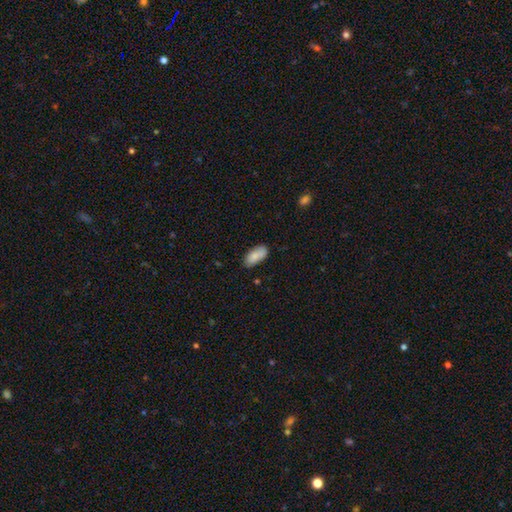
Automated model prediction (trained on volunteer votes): This appears to be a smooth galaxy with no disk features (83%) that is in between round and cigar-shaped (90%). Merging: none (73%).